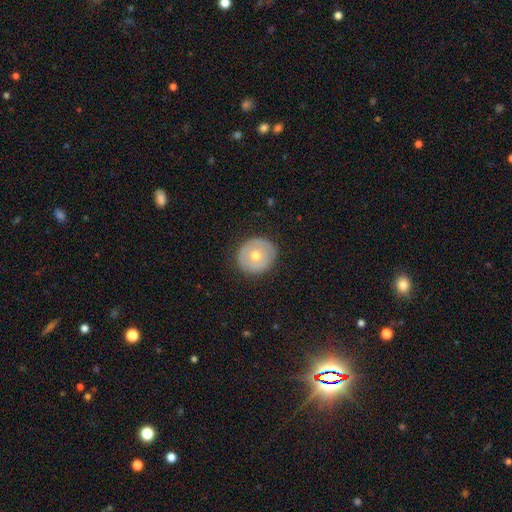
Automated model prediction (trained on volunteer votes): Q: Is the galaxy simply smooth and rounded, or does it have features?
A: smooth — 55%.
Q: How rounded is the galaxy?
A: round — 91%.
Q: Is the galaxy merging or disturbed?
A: none — 88%.